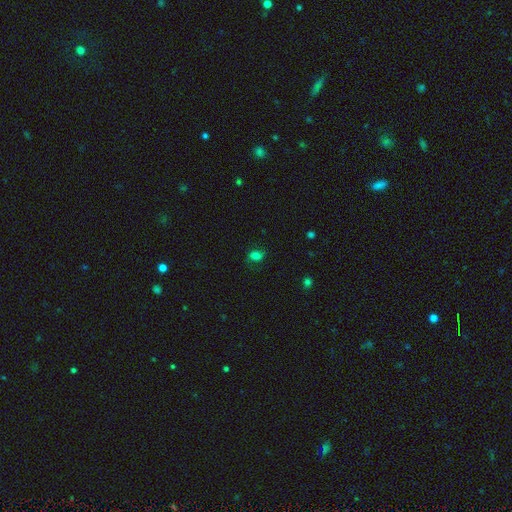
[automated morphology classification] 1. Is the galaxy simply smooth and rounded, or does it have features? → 65% smooth, 18% featured or disk, 17% star or artifact.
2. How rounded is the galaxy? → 72% in between, 26% round, 2% cigar-shaped.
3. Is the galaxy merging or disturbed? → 67% none, 21% minor disturbance, 10% major disturbance, 1% merger.